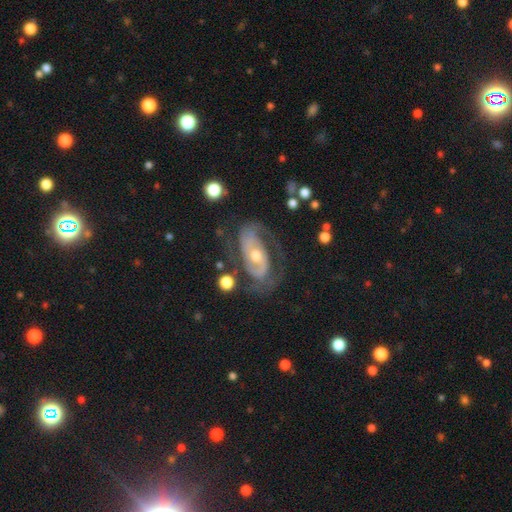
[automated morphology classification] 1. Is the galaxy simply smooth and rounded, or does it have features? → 85% featured or disk, 9% smooth, 5% star or artifact.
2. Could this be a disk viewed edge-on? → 96% no, 4% yes.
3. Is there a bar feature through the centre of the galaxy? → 57% no, 29% weak, 15% strong.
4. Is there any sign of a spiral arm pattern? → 91% yes, 9% no.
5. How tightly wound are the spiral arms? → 43% medium, 38% tight, 18% loose.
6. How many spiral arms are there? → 73% 2, 12% can't tell, 7% 1, 6% 3, 2% 4, 2% more than 4.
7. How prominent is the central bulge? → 59% moderate, 35% small, 3% large, 1% none, 1% dominant.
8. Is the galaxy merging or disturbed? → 61% none, 19% minor disturbance, 17% major disturbance, 3% merger.